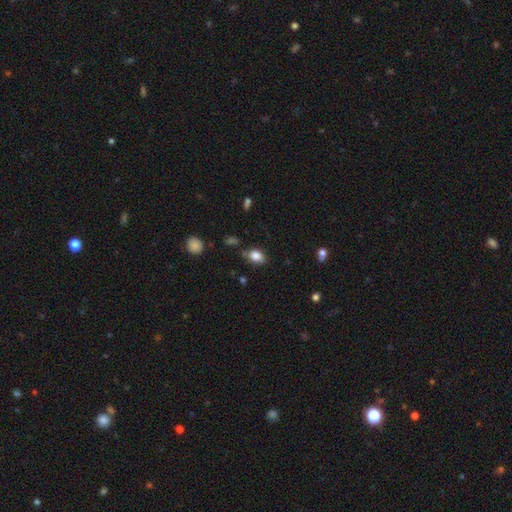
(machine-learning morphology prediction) smooth 83%, star or artifact 9%, featured or disk 8%. Down the decision tree: how rounded — in between (80%); merging — none (74%).